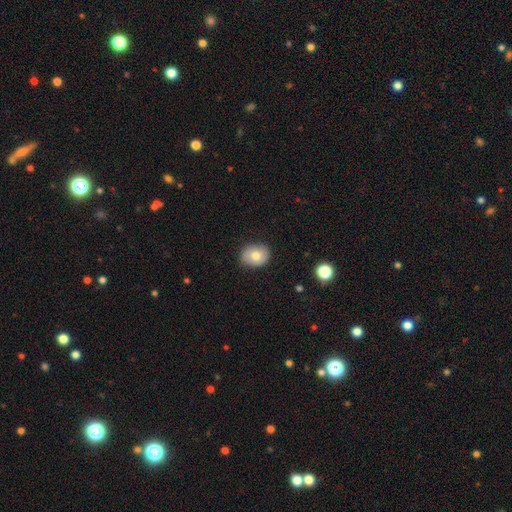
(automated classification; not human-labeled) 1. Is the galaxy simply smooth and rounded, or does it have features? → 72% smooth, 19% featured or disk, 9% star or artifact.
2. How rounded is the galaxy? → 56% round, 43% in between, 1% cigar-shaped.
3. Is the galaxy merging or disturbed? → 83% none, 13% minor disturbance, 3% major disturbance, 1% merger.